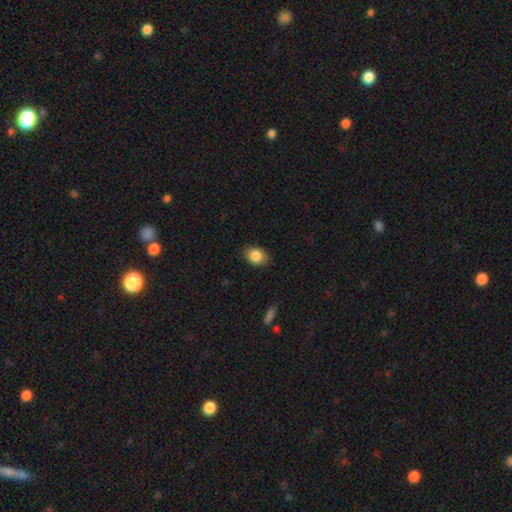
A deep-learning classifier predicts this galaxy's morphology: Smooth or featured? Predicted: smooth (p=0.86). How rounded? Predicted: in between (p=0.70). Merging? Predicted: none (p=0.85).